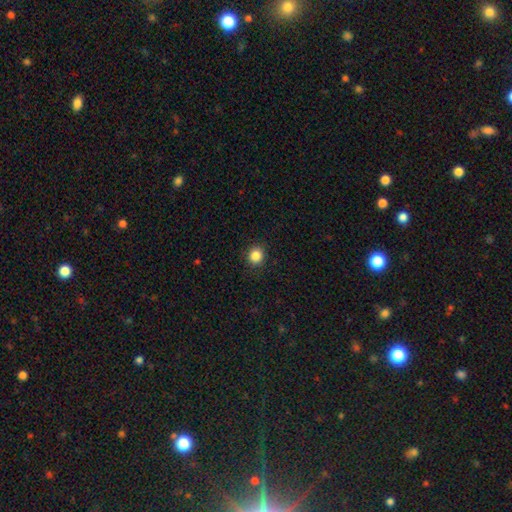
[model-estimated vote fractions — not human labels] Q: Smooth or featured?
A: smooth (86%); runner-up: star or artifact (11%)
Q: How rounded?
A: round (86%); runner-up: in between (13%)
Q: Merging?
A: none (90%); runner-up: minor disturbance (7%)